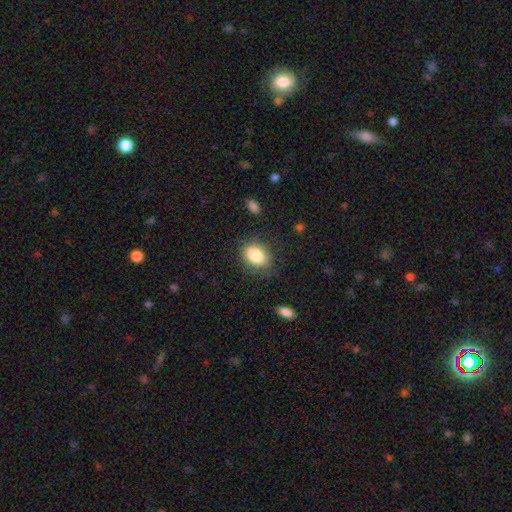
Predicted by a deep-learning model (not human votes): Smooth or featured: smooth — 84% (star or artifact — 8%)
How rounded: in between — 77% (round — 22%)
Merging: none — 80% (minor disturbance — 14%)